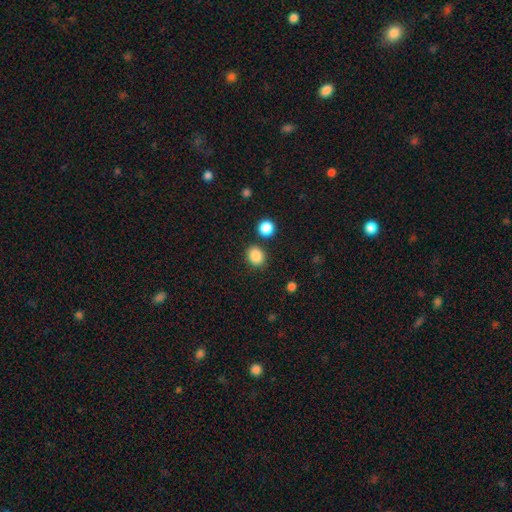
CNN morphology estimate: Smooth or featured: smooth — 86% (star or artifact — 10%)
How rounded: round — 63% (in between — 36%)
Merging: none — 82% (minor disturbance — 9%)